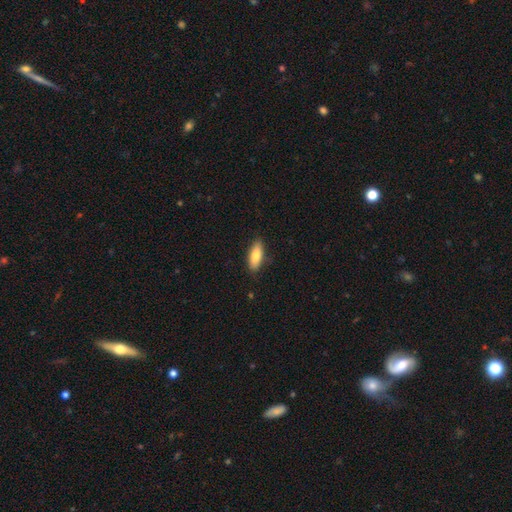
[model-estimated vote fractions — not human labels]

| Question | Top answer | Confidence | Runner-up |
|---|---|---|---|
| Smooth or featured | smooth | 83% | featured or disk (11%) |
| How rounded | in between | 73% | cigar-shaped (25%) |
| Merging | none | 85% | minor disturbance (12%) |